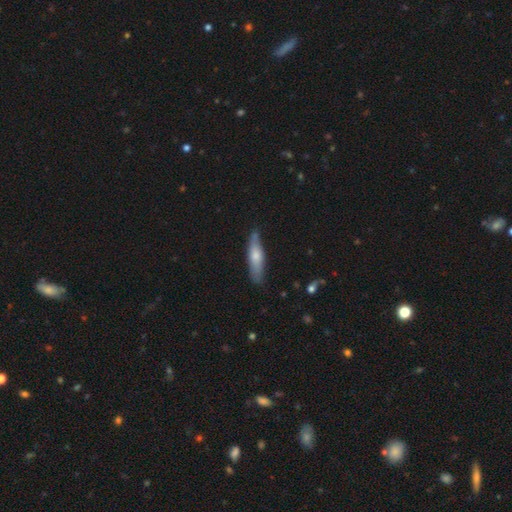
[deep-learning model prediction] This is possibly a smooth galaxy (58%). How rounded: likely cigar-shaped (72%). Merging: likely none (78%).